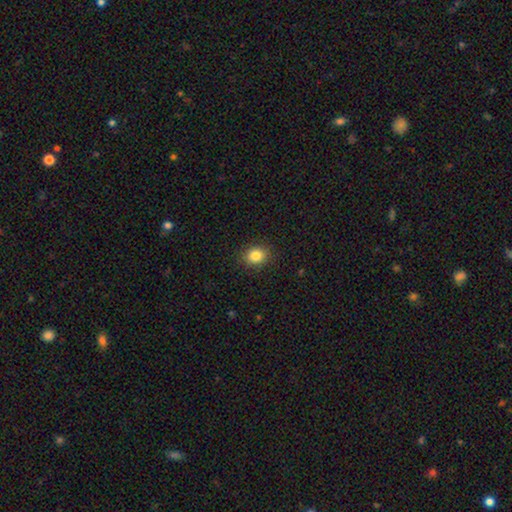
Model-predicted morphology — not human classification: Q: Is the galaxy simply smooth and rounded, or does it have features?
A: smooth — 84%.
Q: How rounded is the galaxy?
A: round — 56%.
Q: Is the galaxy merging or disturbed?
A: none — 89%.